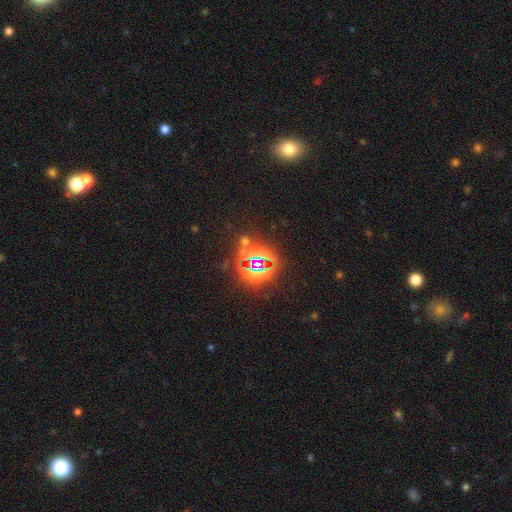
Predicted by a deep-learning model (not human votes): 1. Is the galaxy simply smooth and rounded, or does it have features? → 80% star or artifact, 11% smooth, 9% featured or disk.